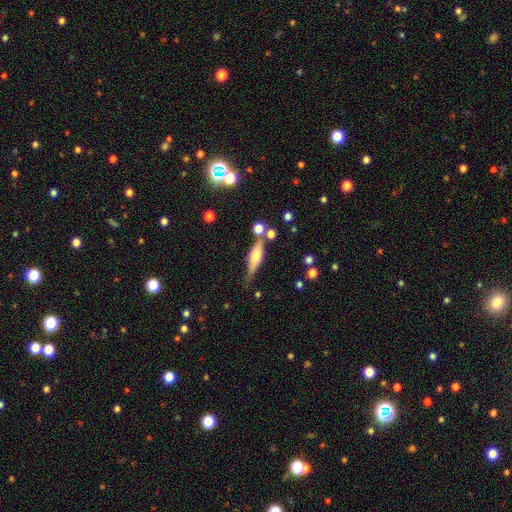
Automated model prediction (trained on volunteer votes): A featured or disk galaxy (54%) viewed edge-on (89%). Merging: none (64%).